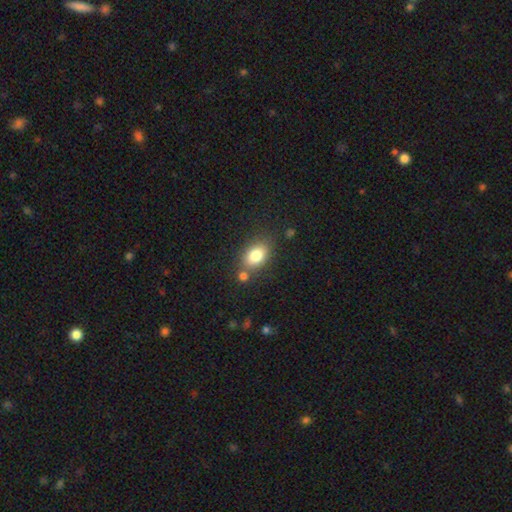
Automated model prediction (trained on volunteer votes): Smooth or featured? Predicted: smooth (p=0.81). How rounded? Predicted: in between (p=0.81). Merging? Predicted: none (p=0.67).